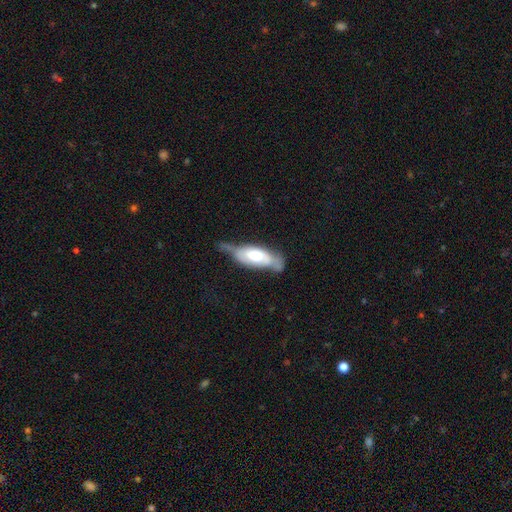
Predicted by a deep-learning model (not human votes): Smooth or featured? Predicted: featured or disk (p=0.51). Edge-on disk? Predicted: no (p=0.61). Merging? Predicted: minor disturbance (p=0.37).